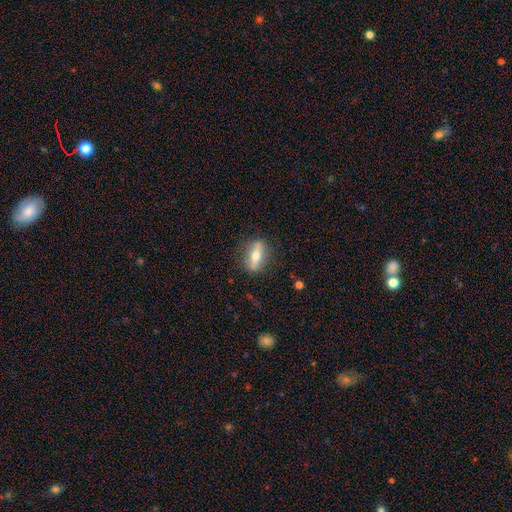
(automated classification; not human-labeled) This is possibly a featured or disk galaxy (51%). It is likely viewed edge-on (65%). Merging: clearly none (83%).